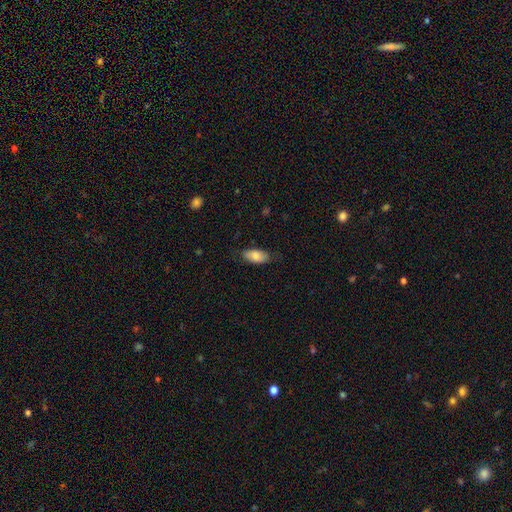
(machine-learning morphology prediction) smooth 81%, featured or disk 13%, star or artifact 6%. Down the decision tree: how rounded — in between (91%); merging — none (76%).